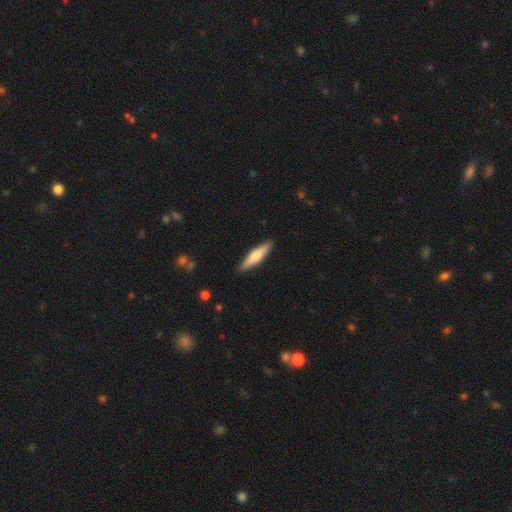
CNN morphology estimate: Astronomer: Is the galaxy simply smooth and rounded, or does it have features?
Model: smooth — 56% (runner-up: featured or disk, 39%).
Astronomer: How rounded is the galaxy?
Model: cigar-shaped — 81%.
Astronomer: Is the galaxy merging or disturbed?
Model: none — 90%.